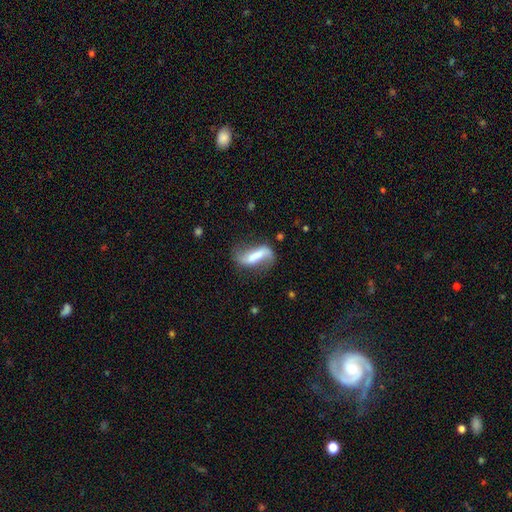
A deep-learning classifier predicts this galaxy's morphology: Smooth or featured?
  - featured or disk: 64% *
  - smooth: 28%
  - star or artifact: 8%
Edge-on disk?
  - no: 90% *
  - yes: 10%
Bar?
  - strong: 52% *
  - weak: 28%
  - no: 19%
Spiral arms?
  - yes: 84% *
  - no: 16%
Bulge size?
  - moderate: 30% *
  - small: 26%
  - none: 26%
  - large: 15%
  - dominant: 4%
Merging?
  - none: 54% *
  - minor disturbance: 24%
  - major disturbance: 17%
  - merger: 5%